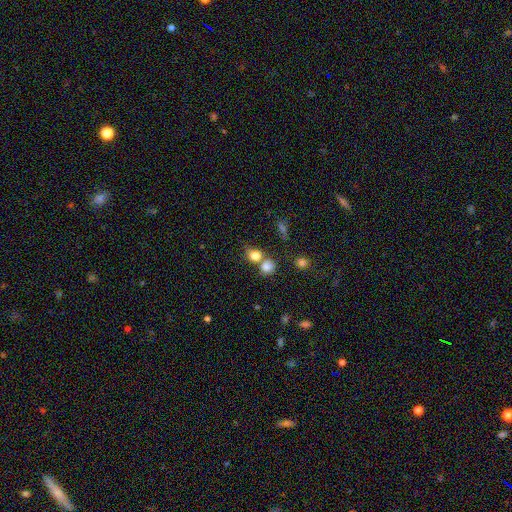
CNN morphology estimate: Smooth or featured? Predicted: smooth (p=0.80). How rounded? Predicted: round (p=0.68). Merging? Predicted: none (p=0.46).